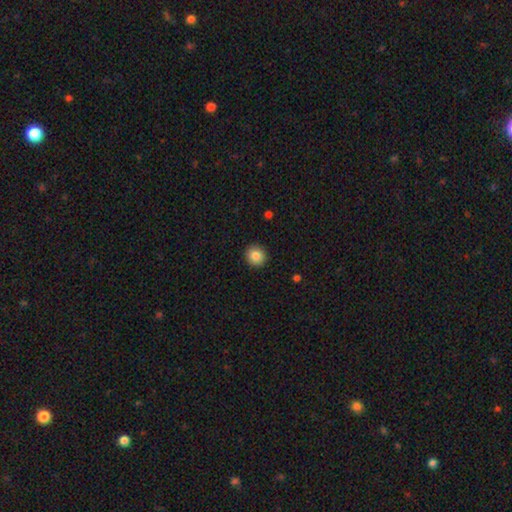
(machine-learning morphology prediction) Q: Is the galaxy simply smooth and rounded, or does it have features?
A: smooth — 85%.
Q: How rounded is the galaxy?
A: round — 92%.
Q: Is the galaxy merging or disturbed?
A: none — 92%.